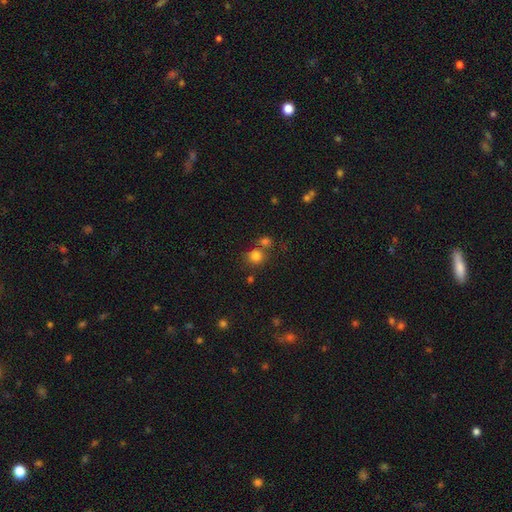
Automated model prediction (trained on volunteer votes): Smooth or featured?
  - smooth: 80% *
  - star or artifact: 14%
  - featured or disk: 6%
How rounded?
  - round: 87% *
  - in between: 12%
  - cigar-shaped: 1%
Merging?
  - none: 62% *
  - merger: 25%
  - minor disturbance: 9%
  - major disturbance: 4%